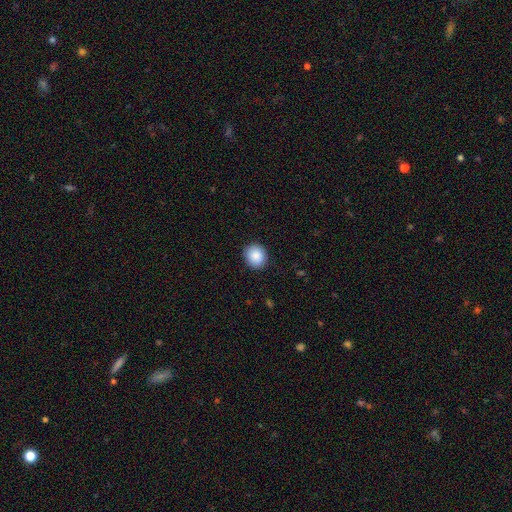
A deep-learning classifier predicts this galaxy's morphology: The model was most divided on "how rounded": round: 81%, in between: 18%, cigar-shaped: 1%. More confident: merging — none (90%); smooth or featured — smooth (88%).